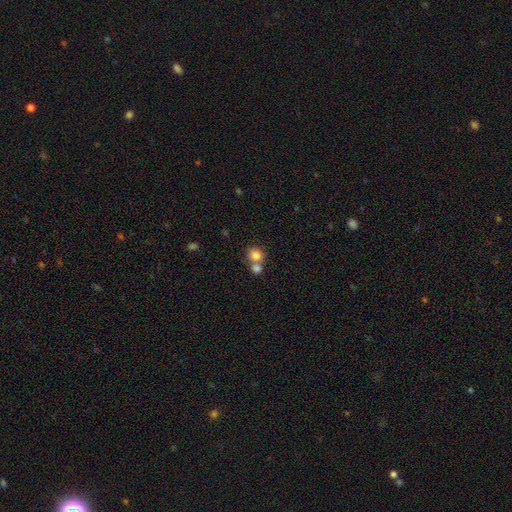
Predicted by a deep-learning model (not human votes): Smooth or featured? smooth (81%)
How rounded? round (77%)
Merging? merger (46%)